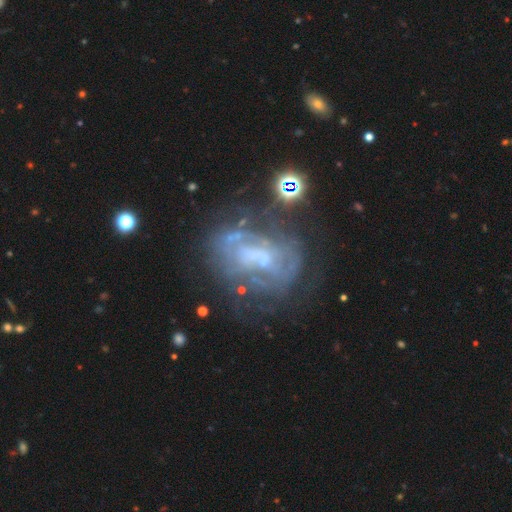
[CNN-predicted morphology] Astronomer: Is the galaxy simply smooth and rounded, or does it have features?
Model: featured or disk — 75%.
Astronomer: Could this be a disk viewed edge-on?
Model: no — 97%.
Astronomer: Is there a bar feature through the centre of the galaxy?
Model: no — 53% (runner-up: weak, 36%).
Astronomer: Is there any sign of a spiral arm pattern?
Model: yes — 64%.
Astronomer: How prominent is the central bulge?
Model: small — 41% (runner-up: none, 27%).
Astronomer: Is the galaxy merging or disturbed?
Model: none — 53%.